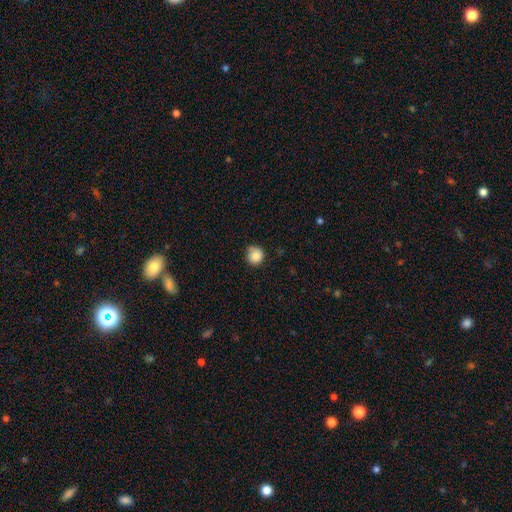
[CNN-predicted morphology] A smooth galaxy with no disk features (85%) that is round (90%). Merging: none (69%).